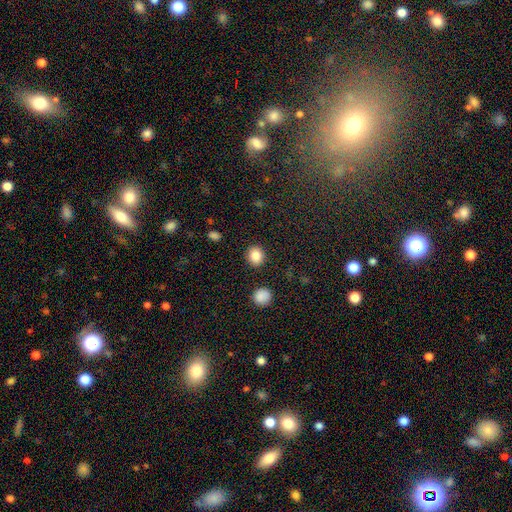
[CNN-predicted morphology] Overall: smooth (86%). How rounded: round (80%). Merging: none (90%).